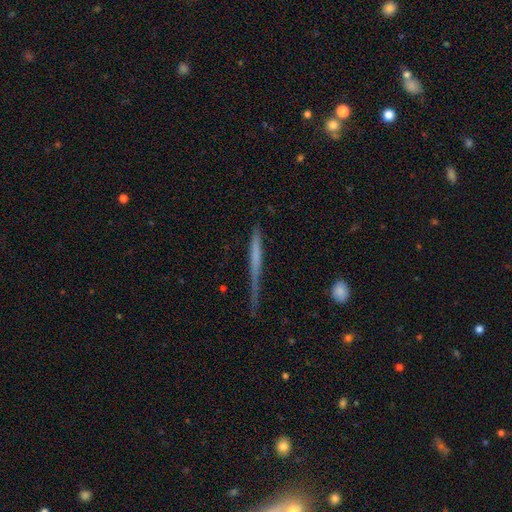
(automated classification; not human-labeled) Smooth or featured: smooth — 47% (featured or disk — 46%)
Merging: none — 61% (minor disturbance — 25%)